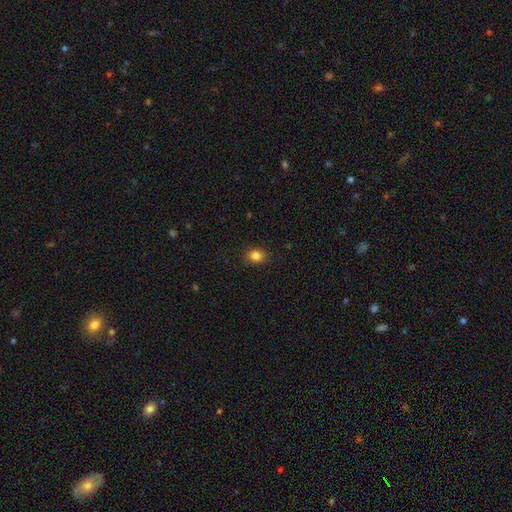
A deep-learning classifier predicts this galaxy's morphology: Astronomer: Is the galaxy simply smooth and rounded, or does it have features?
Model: smooth — 84%.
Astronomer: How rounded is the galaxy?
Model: round — 60% (runner-up: in between, 39%).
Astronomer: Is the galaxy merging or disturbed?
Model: none — 88%.